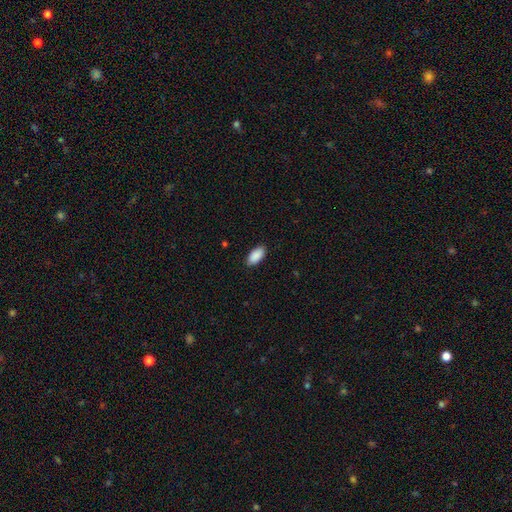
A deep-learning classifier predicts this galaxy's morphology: smooth 91%, star or artifact 6%, featured or disk 3%. Down the decision tree: how rounded — in between (93%); merging — none (88%).